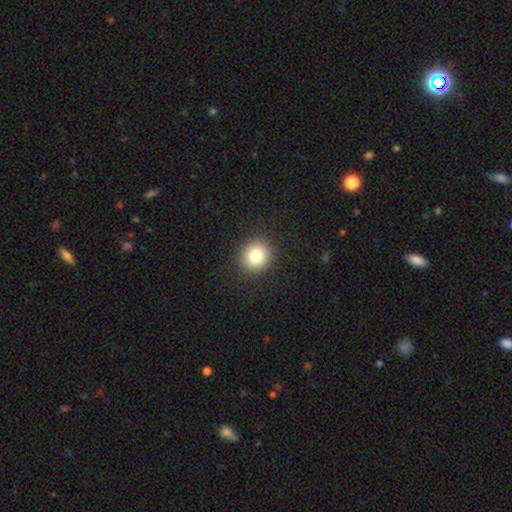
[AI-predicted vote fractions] A smooth galaxy with no disk features (81%) that is round (85%). Merging: none (91%).